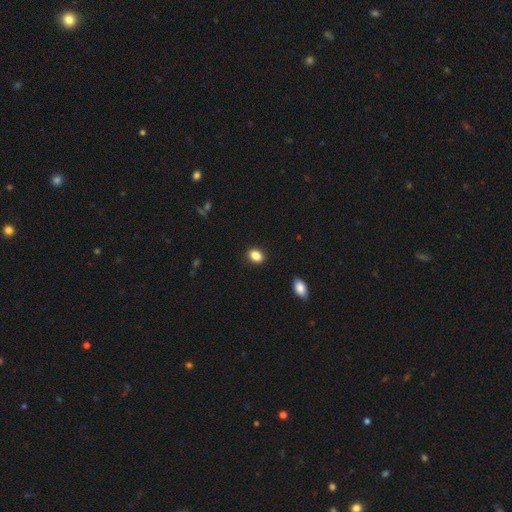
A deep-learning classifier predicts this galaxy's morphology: This appears to be a smooth galaxy with no disk features (86%) that is in between round and cigar-shaped (71%). Merging: none (89%).